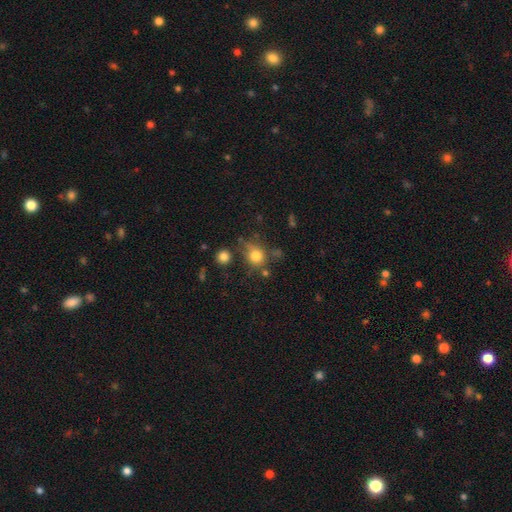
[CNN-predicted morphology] Q: Smooth or featured?
A: smooth (79%); runner-up: star or artifact (12%)
Q: How rounded?
A: round (78%); runner-up: in between (21%)
Q: Merging?
A: none (64%); runner-up: minor disturbance (19%)